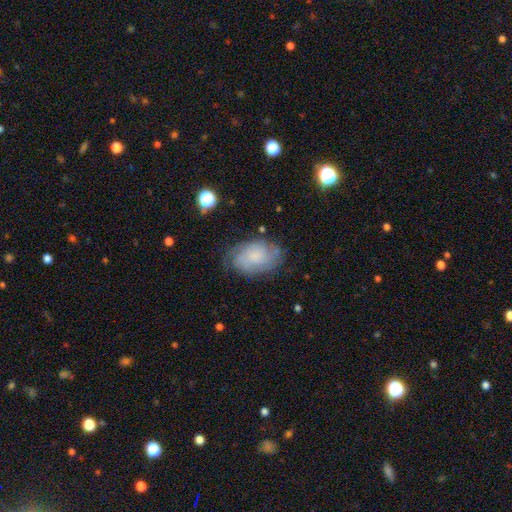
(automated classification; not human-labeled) Smooth or featured: featured or disk — 50% (smooth — 40%)
Edge-on disk: no — 96% (yes — 4%)
Merging: none — 66% (minor disturbance — 23%)